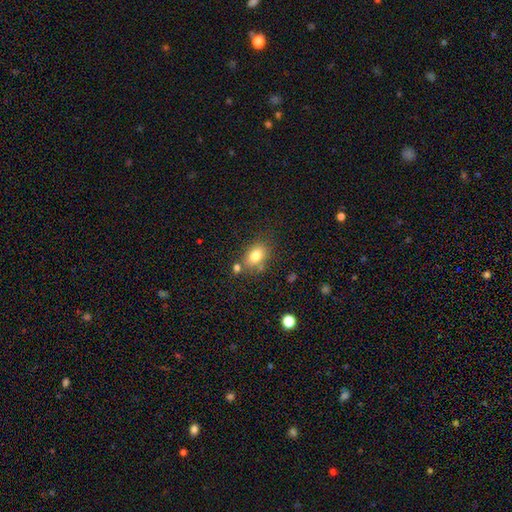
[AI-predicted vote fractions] A smooth galaxy with no disk features (79%) that is in between round and cigar-shaped (77%). Merging: none (67%).